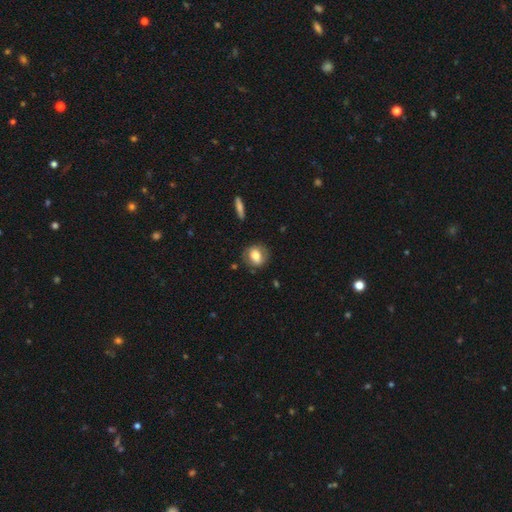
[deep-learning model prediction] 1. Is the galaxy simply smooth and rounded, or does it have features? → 68% smooth, 25% featured or disk, 7% star or artifact.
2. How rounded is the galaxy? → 55% round, 43% in between, 2% cigar-shaped.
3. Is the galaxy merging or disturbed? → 78% none, 15% minor disturbance, 5% major disturbance, 2% merger.